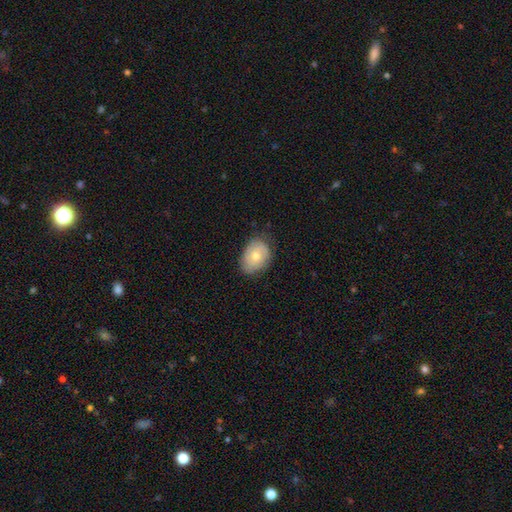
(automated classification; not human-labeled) The model was most divided on "smooth or featured": smooth: 62%, featured or disk: 31%, star or artifact: 7%. More confident: merging — none (72%); how rounded — in between (70%).